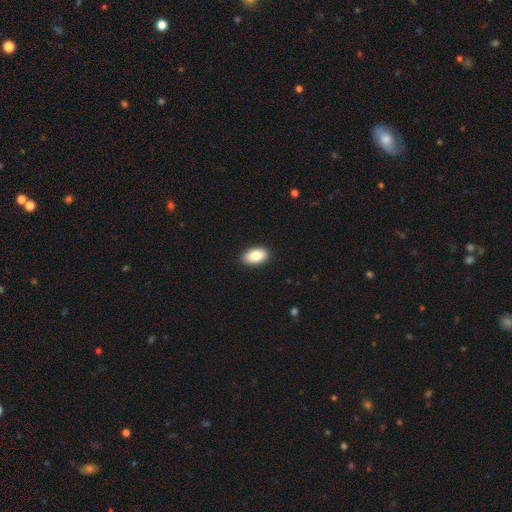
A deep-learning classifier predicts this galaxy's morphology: type=smooth (85%); roundness=in between (94%); merging=none (90%).